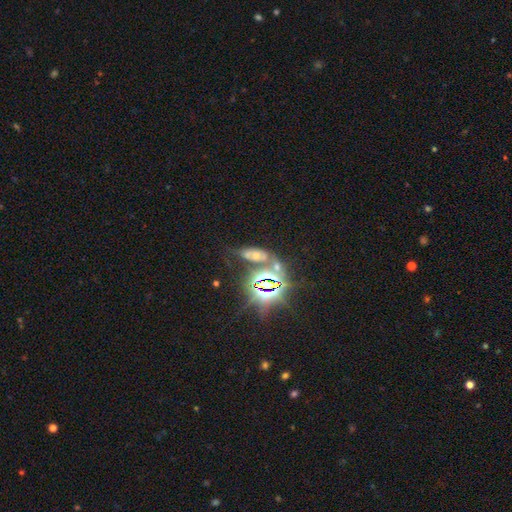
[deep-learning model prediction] A star or artifact, not a galaxy (48%).